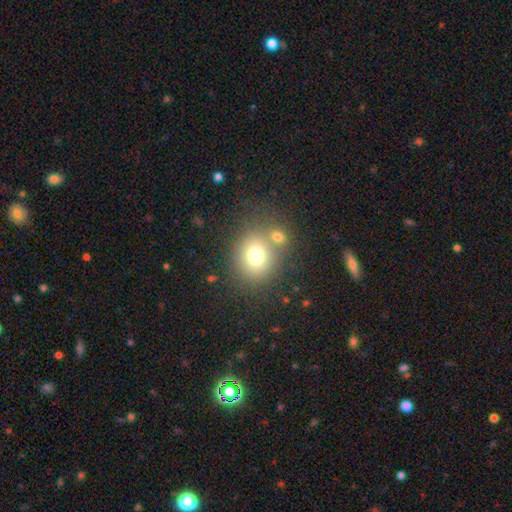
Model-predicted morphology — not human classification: Smooth or featured? Predicted: smooth (p=0.73). How rounded? Predicted: round (p=0.71). Merging? Predicted: none (p=0.61).